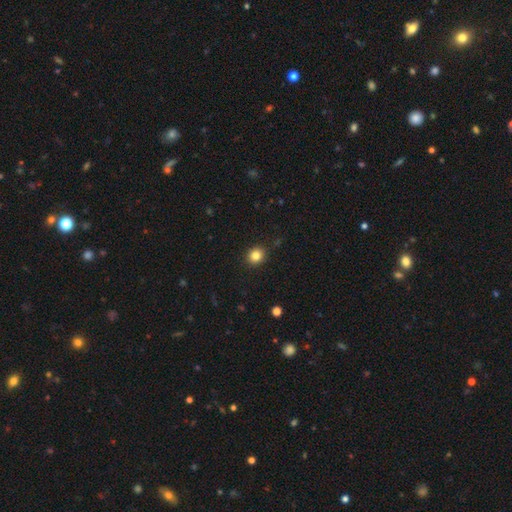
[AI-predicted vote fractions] Smooth or featured? smooth (83%)
How rounded? round (78%)
Merging? none (91%)